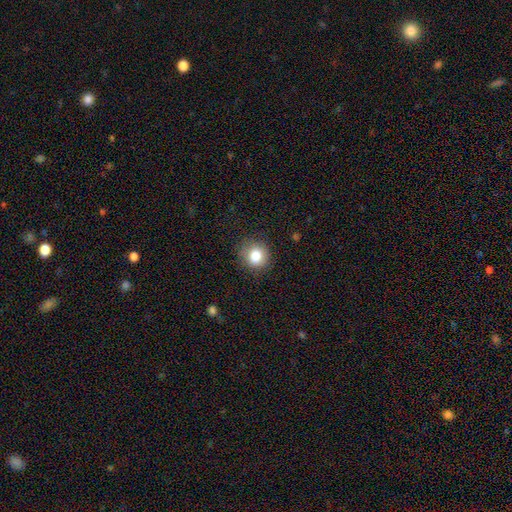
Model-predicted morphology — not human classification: smooth_or_featured: smooth (p=0.82) [alt: star or artifact p=0.10]
how_rounded: round (p=0.87) [alt: in between p=0.12]
merging: none (p=0.87) [alt: minor disturbance p=0.09]